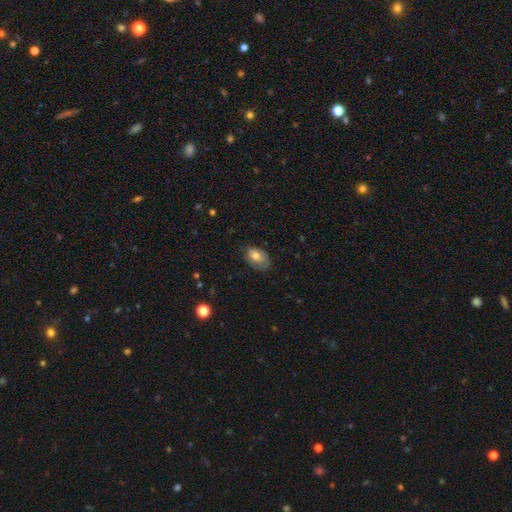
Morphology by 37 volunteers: smooth 78%, featured or disk 19%, star or artifact 3%. Down the decision tree: how rounded — in between (83%); merging — none (56%).